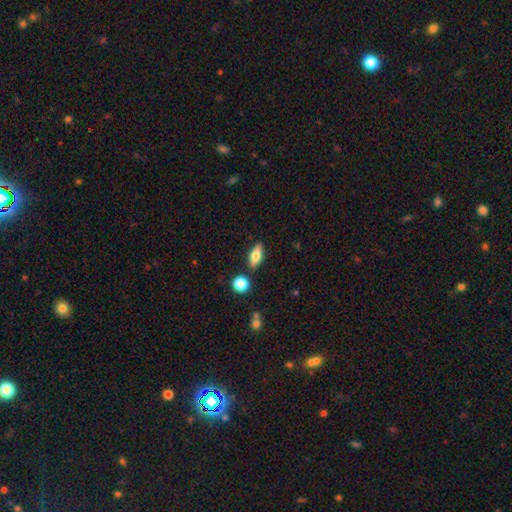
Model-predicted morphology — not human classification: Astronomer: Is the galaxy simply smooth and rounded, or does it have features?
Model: smooth — 68%.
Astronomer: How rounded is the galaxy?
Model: in between — 77%.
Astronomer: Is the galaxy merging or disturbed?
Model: none — 83%.